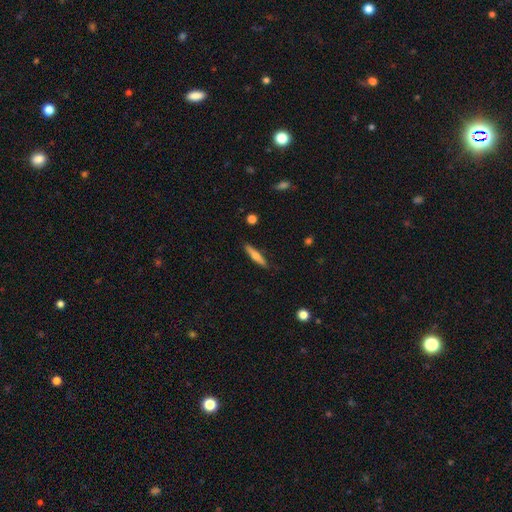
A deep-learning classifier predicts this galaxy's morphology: This appears to be a smooth galaxy with no disk features (50%) that is cigar-shaped (87%). Merging: none (87%).